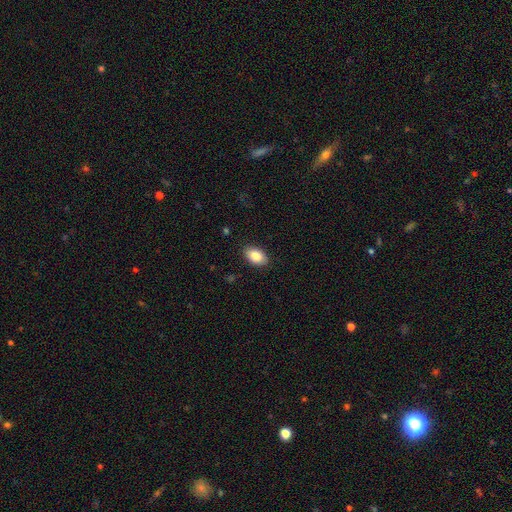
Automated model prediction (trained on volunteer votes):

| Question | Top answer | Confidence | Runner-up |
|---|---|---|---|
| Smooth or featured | smooth | 84% | featured or disk (9%) |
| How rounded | in between | 91% | round (7%) |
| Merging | none | 88% | minor disturbance (9%) |